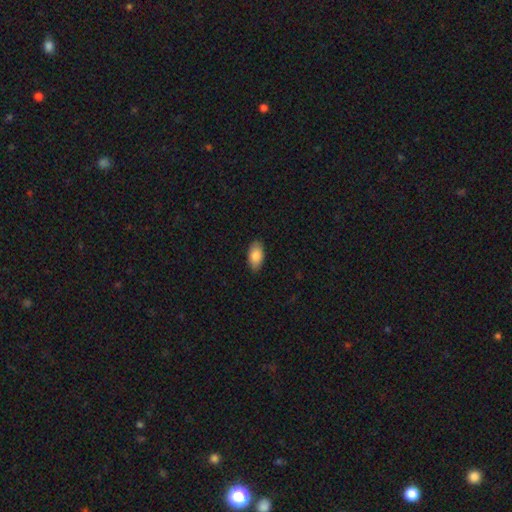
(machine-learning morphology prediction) This appears to be a smooth galaxy with no disk features (85%) that is in between round and cigar-shaped (93%). Merging: none (88%).